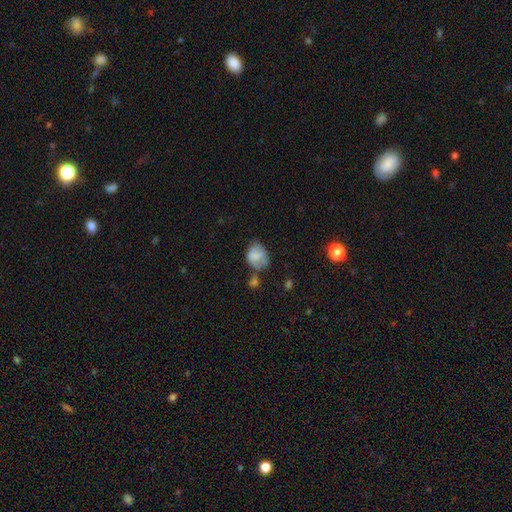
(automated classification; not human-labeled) This is likely a smooth galaxy (70%). How rounded: possibly in between (57%). Merging: marginally none (35%).